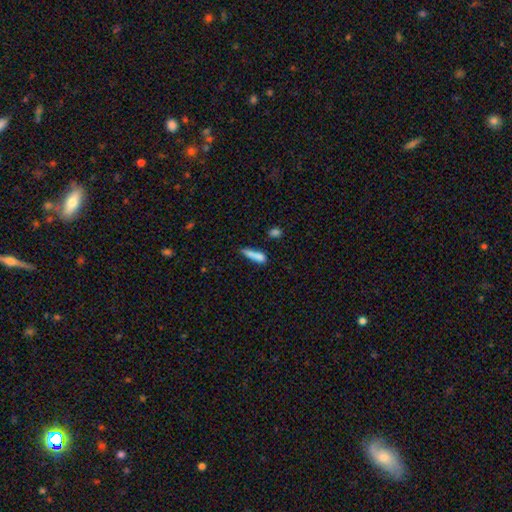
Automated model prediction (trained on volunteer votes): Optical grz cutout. It shows a smooth galaxy with no disk features (76%) that is cigar-shaped (77%). Merging: none (49%).